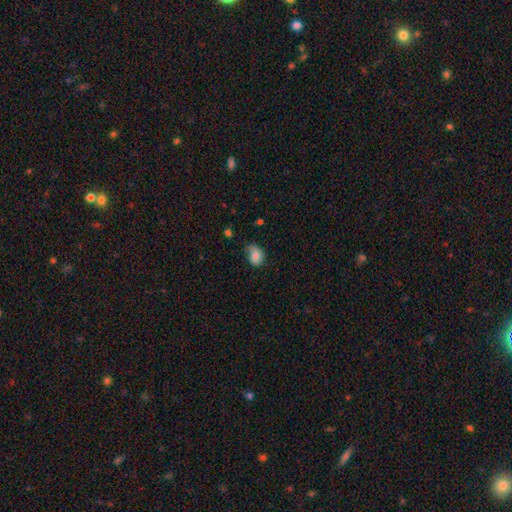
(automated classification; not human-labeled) This is likely a smooth galaxy (73%). How rounded: possibly in between (57%). Merging: possibly none (47%).